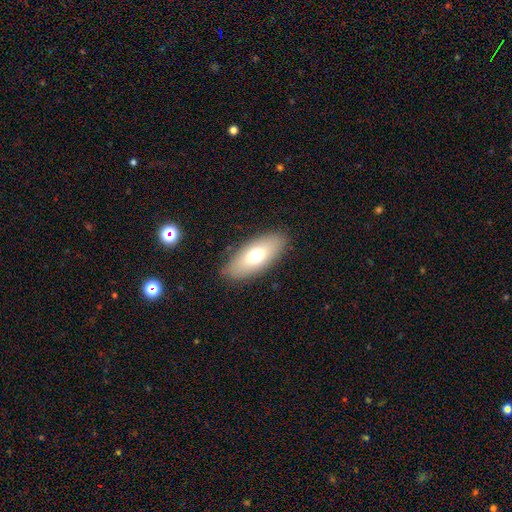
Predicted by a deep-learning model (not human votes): A smooth galaxy with no disk features (68%) that is in between round and cigar-shaped (85%).

Vote fractions:
- Smooth or featured? smooth: 68% / featured or disk: 24% / star or artifact: 8%
- How rounded? in between: 85% / cigar-shaped: 12% / round: 3%
- Merging? none: 85% / minor disturbance: 11% / major disturbance: 3% / merger: 1%